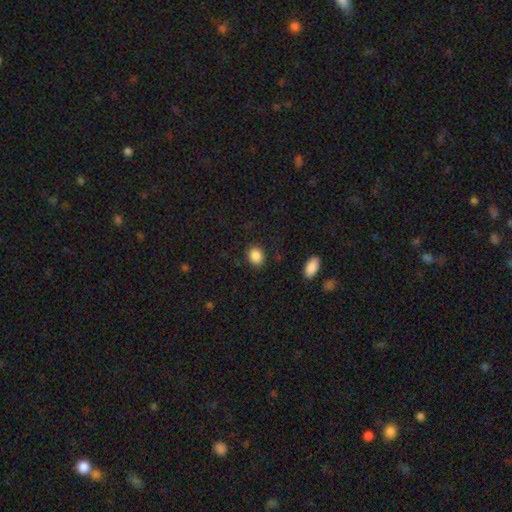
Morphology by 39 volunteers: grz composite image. It shows a smooth galaxy with no disk features (90%) that is in between round and cigar-shaped (57%). Merging: none (97%).